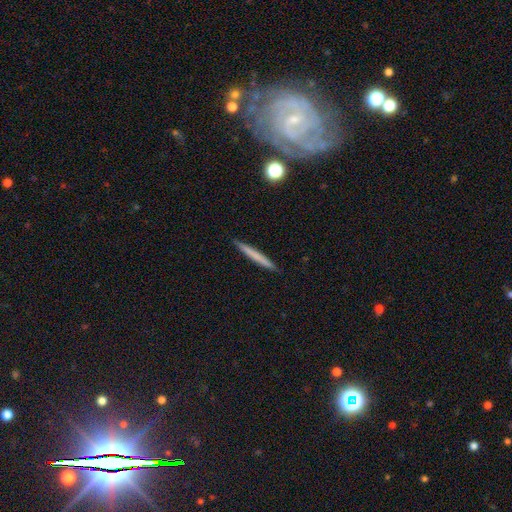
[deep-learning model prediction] Smooth or featured?
  - smooth: 64% *
  - featured or disk: 29%
  - star or artifact: 6%
How rounded?
  - cigar-shaped: 97% *
  - in between: 2%
  - round: 1%
Merging?
  - none: 91% *
  - minor disturbance: 6%
  - major disturbance: 1%
  - merger: 1%